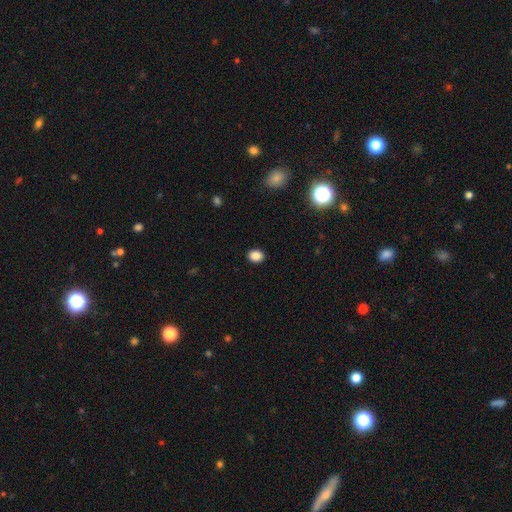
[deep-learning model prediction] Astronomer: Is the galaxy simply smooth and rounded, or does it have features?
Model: smooth — 87%.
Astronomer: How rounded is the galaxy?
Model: in between — 54% (runner-up: round, 45%).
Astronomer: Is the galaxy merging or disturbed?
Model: none — 90%.